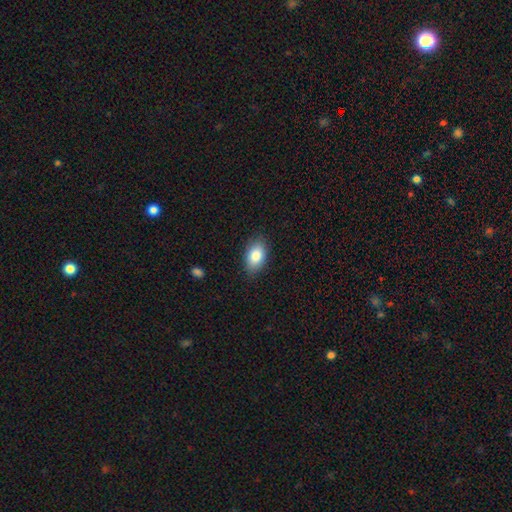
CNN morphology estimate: type=smooth (84%); roundness=in between (90%); merging=none (85%).